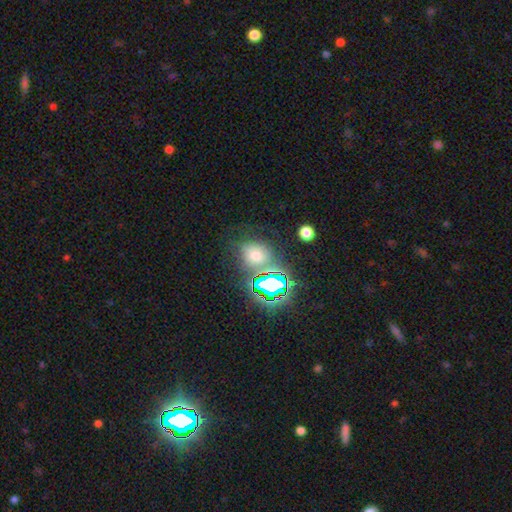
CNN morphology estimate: Smooth or featured? smooth (48%)
Merging? none (66%)